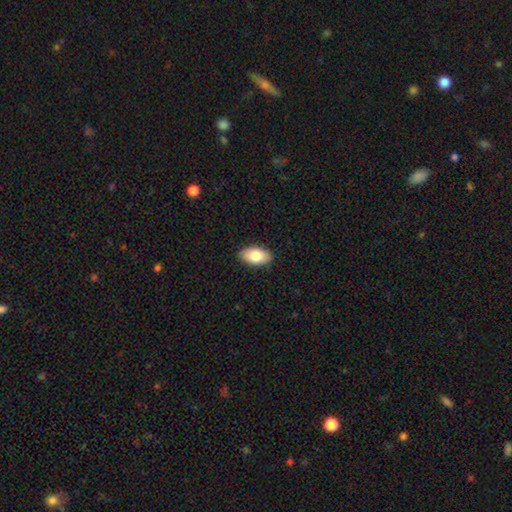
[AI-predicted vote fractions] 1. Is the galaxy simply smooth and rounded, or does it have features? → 81% smooth, 13% featured or disk, 6% star or artifact.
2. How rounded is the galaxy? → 94% in between, 4% round, 2% cigar-shaped.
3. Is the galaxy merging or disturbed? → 89% none, 8% minor disturbance, 2% major disturbance, 1% merger.